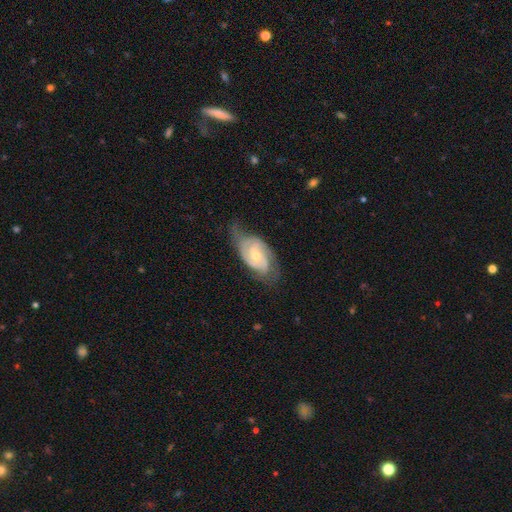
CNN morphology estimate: smooth-or-featured: featured or disk: 84% | smooth: 11% | star or artifact: 5%
  disk-edge-on: no: 96% | yes: 4%
    bar: no: 52% | weak: 40% | strong: 8%
    has-spiral-arms: yes: 95% | no: 5%
      spiral-winding: tight: 47% | medium: 42% | loose: 12%
      spiral-arm-count: 2: 71% | can't tell: 13% | 3: 10% | 1: 3% | 4: 2% | more than 4: 2%
    bulge-size: small: 52% | moderate: 44% | large: 2% | none: 2% | dominant: 1%
  merging: none: 57% | minor disturbance: 28% | major disturbance: 14% | merger: 2%